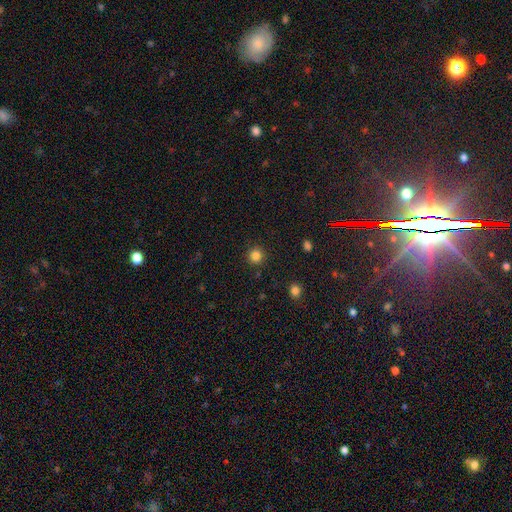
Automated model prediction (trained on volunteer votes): Q: Smooth or featured?
A: smooth (83%); runner-up: star or artifact (12%)
Q: How rounded?
A: round (94%); runner-up: in between (5%)
Q: Merging?
A: none (91%); runner-up: minor disturbance (6%)